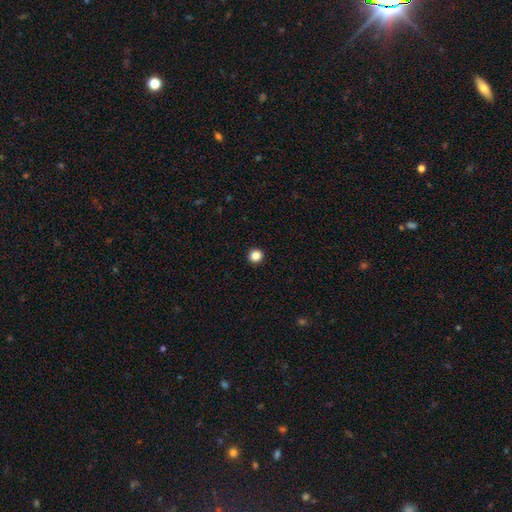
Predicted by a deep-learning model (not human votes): This appears to be a smooth galaxy with no disk features (86%) that is round (95%). Merging: none (94%).